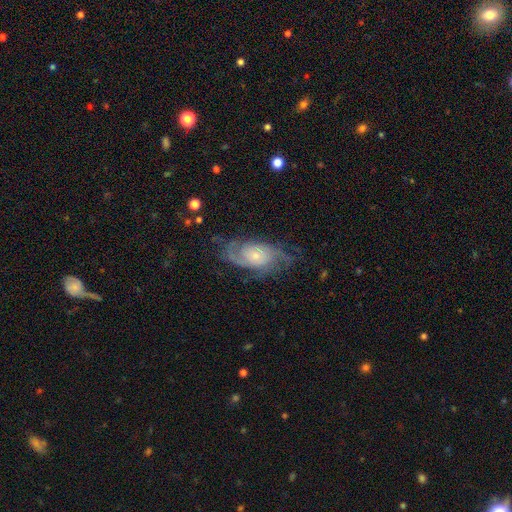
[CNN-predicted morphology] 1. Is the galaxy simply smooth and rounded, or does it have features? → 83% featured or disk, 12% smooth, 6% star or artifact.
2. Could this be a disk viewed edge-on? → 96% no, 4% yes.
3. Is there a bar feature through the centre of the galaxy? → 73% no, 23% weak, 4% strong.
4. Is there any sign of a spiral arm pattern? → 95% yes, 5% no.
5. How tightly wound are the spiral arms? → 43% tight, 41% medium, 16% loose.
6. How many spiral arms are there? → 45% 2, 22% can't tell, 17% 3, 6% 4, 5% 1, 4% more than 4.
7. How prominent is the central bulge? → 67% small, 25% moderate, 3% large, 3% none, 1% dominant.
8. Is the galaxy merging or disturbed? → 67% none, 20% minor disturbance, 12% major disturbance, 1% merger.